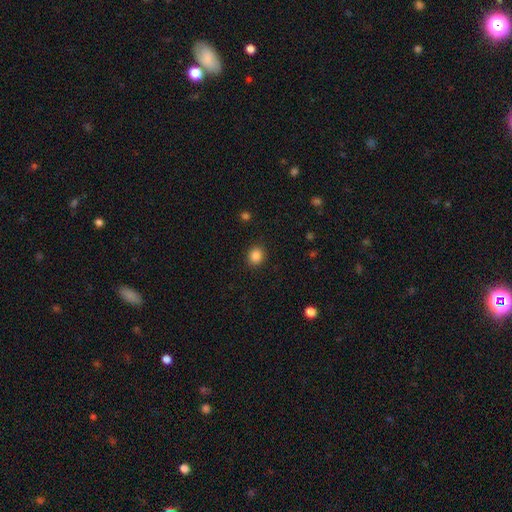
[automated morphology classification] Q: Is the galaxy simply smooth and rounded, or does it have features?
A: smooth — 86%.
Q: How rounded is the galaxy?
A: round — 71%.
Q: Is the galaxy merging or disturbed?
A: none — 90%.